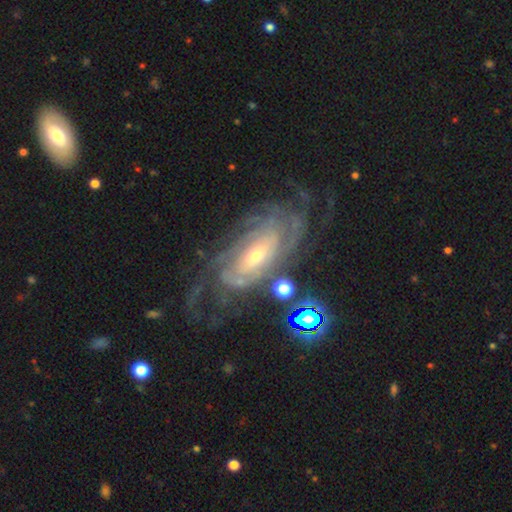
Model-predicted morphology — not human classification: featured or disk 87%, star or artifact 7%, smooth 7%. Down the decision tree: edge-on disk — no (93%); bar — no (51%); spiral arms — yes (95%); spiral arm count — can't tell (45%); spiral winding — tight (70%); bulge size — small (58%); merging — none (66%).